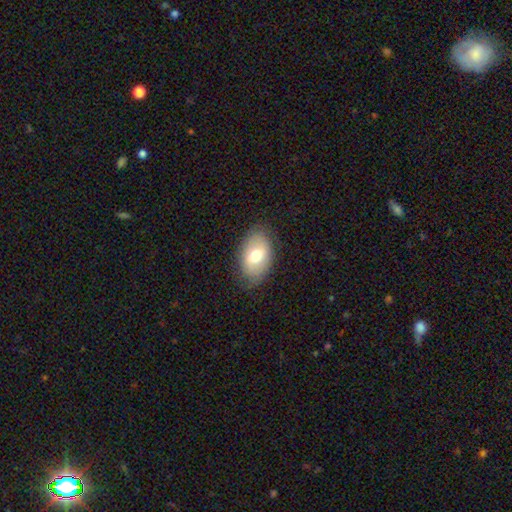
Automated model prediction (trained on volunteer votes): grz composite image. It shows a smooth galaxy with no disk features (67%) that is in between round and cigar-shaped (88%). Merging: none (79%).